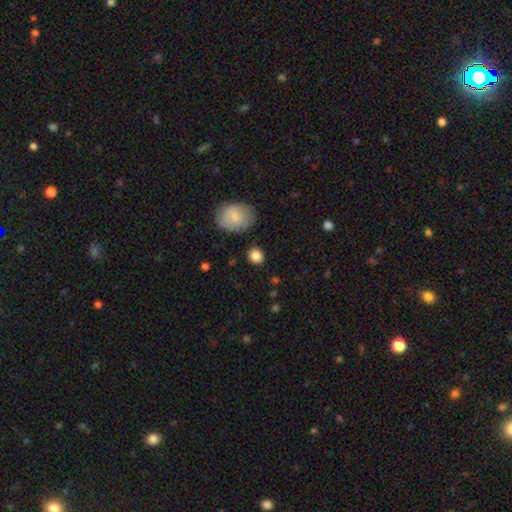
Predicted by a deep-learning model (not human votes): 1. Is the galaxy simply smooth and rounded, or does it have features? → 86% smooth, 8% star or artifact, 5% featured or disk.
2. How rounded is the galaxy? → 78% round, 21% in between, 1% cigar-shaped.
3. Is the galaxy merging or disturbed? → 85% none, 9% minor disturbance, 3% major disturbance, 3% merger.